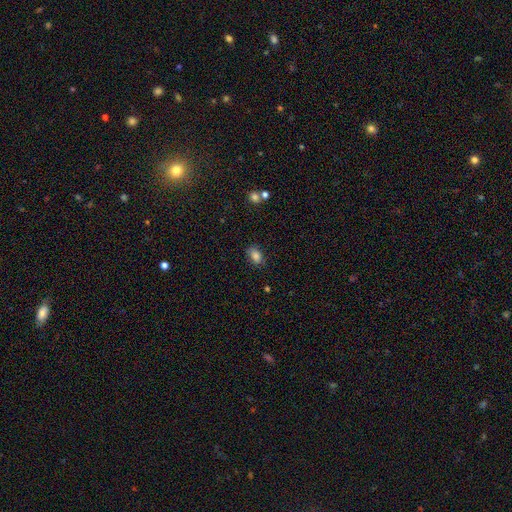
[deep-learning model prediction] A smooth galaxy with no disk features (84%) that is in between round and cigar-shaped (84%).

Vote fractions:
- Smooth or featured? smooth: 84% / star or artifact: 10% / featured or disk: 6%
- How rounded? in between: 84% / round: 15% / cigar-shaped: 2%
- Merging? none: 80% / minor disturbance: 15% / major disturbance: 3% / merger: 2%